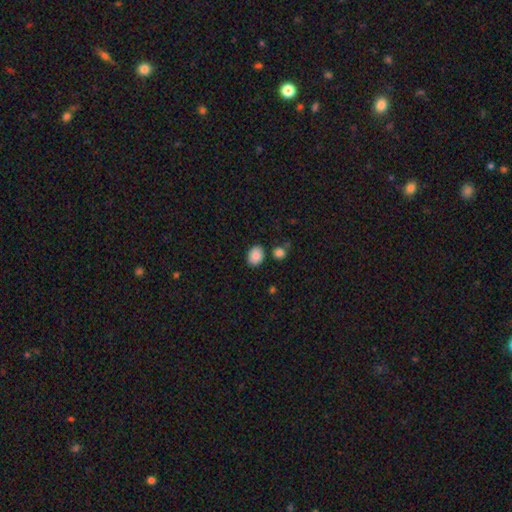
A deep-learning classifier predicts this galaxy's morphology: smooth 88%, star or artifact 8%, featured or disk 4%. Down the decision tree: how rounded — in between (66%); merging — none (81%).